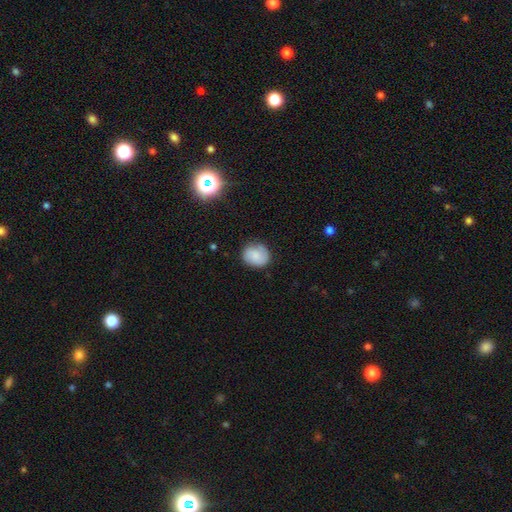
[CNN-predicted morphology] Smooth or featured? smooth (72%)
How rounded? round (69%)
Merging? none (74%)